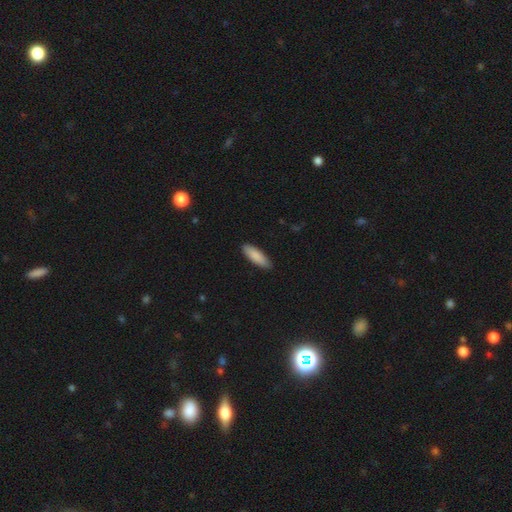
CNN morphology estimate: A smooth galaxy with no disk features (87%) that is in between round and cigar-shaped (53%). Merging: none (87%).